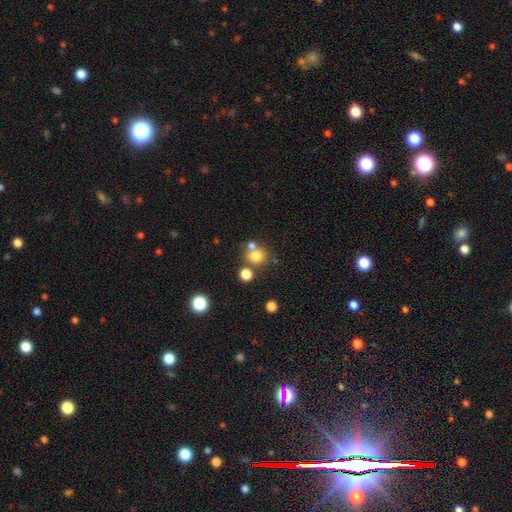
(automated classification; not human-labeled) Q: Smooth or featured?
A: smooth (75%); runner-up: star or artifact (14%)
Q: How rounded?
A: round (80%); runner-up: in between (19%)
Q: Merging?
A: none (58%); runner-up: merger (30%)